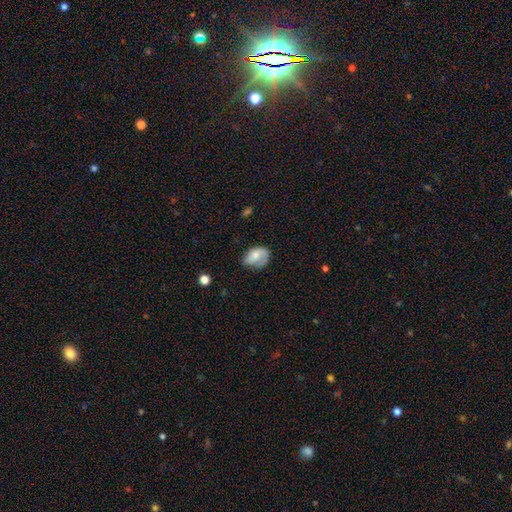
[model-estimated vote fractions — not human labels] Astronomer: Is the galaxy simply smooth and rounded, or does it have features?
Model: smooth — 55% (runner-up: featured or disk, 38%).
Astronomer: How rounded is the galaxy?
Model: in between — 79%.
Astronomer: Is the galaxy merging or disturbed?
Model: none — 45% (runner-up: minor disturbance, 34%).